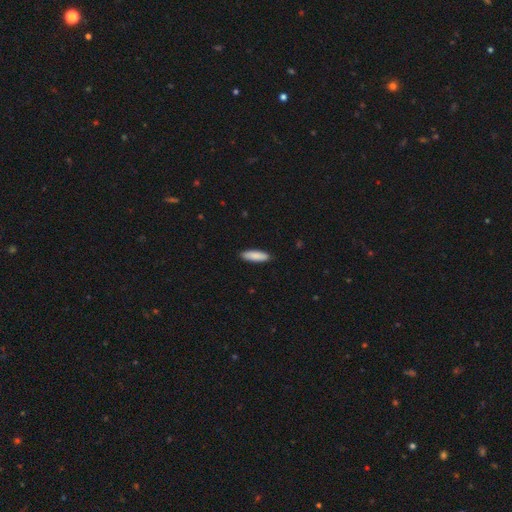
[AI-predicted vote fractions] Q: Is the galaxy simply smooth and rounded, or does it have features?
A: smooth — 89%.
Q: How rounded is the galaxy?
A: cigar-shaped — 53%.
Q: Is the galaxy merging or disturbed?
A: none — 89%.